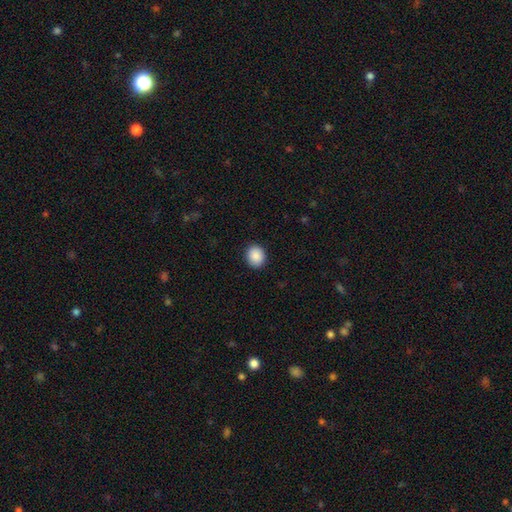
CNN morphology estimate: type=smooth (89%); roundness=round (68%); merging=none (91%).